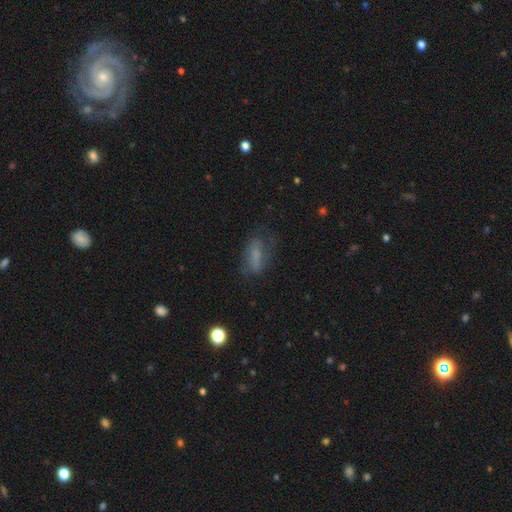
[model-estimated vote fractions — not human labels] Smooth or featured? smooth (58%)
How rounded? in between (72%)
Merging? none (58%)